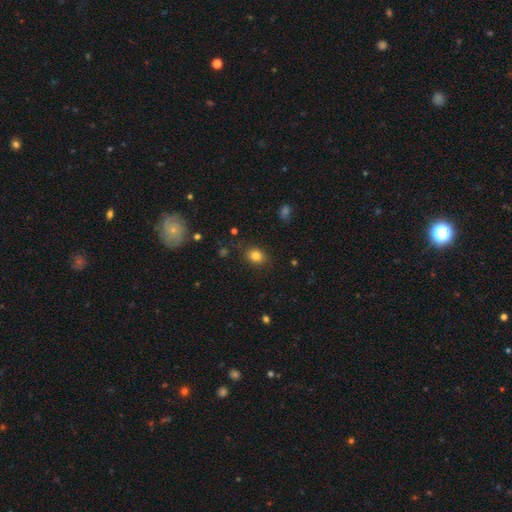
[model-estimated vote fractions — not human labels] This appears to be a smooth galaxy with no disk features (82%) that is round (52%). Merging: none (83%).